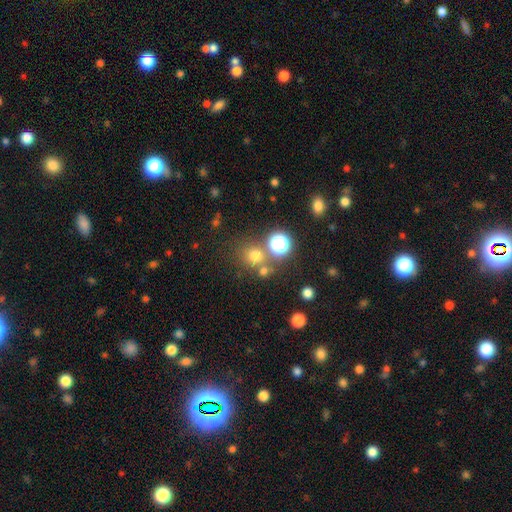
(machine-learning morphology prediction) smooth 68%, star or artifact 24%, featured or disk 8%. Down the decision tree: how rounded — round (87%); merging — none (68%).